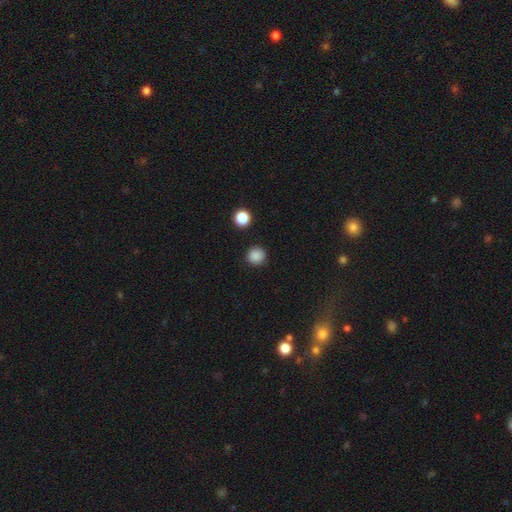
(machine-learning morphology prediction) Smooth or featured? smooth (86%)
How rounded? round (94%)
Merging? none (90%)